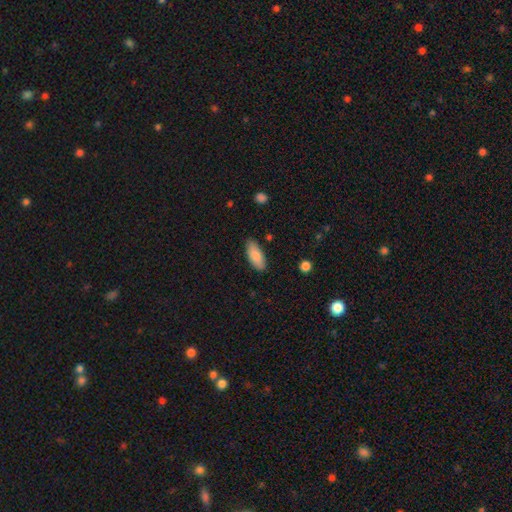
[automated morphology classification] Smooth or featured? smooth (86%)
How rounded? in between (80%)
Merging? none (85%)